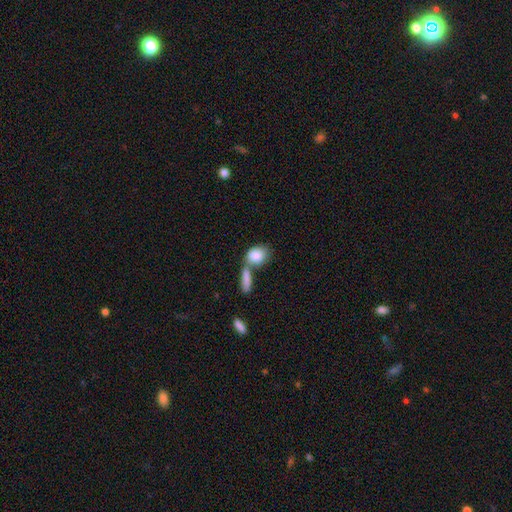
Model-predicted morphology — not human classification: A smooth galaxy with no disk features (84%) that is in between round and cigar-shaped (67%).

Vote fractions:
- Smooth or featured? smooth: 84% / featured or disk: 9% / star or artifact: 6%
- How rounded? in between: 67% / round: 29% / cigar-shaped: 4%
- Merging? merger: 50% / none: 34% / minor disturbance: 10% / major disturbance: 6%